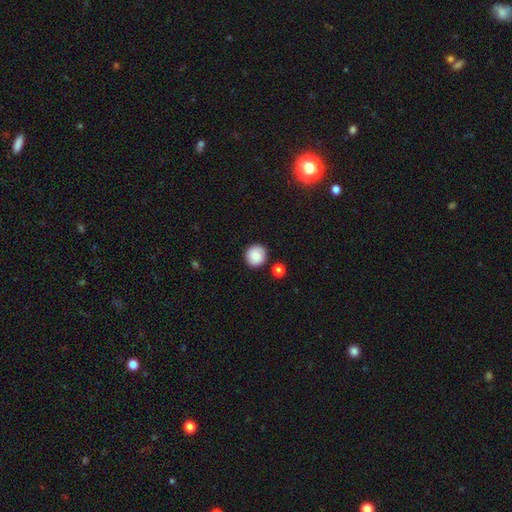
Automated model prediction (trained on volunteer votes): smooth-or-featured: smooth: 87% | star or artifact: 8% | featured or disk: 5%
  how-rounded: round: 93% | in between: 6% | cigar-shaped: 1%
  merging: none: 86% | minor disturbance: 8% | merger: 4% | major disturbance: 2%